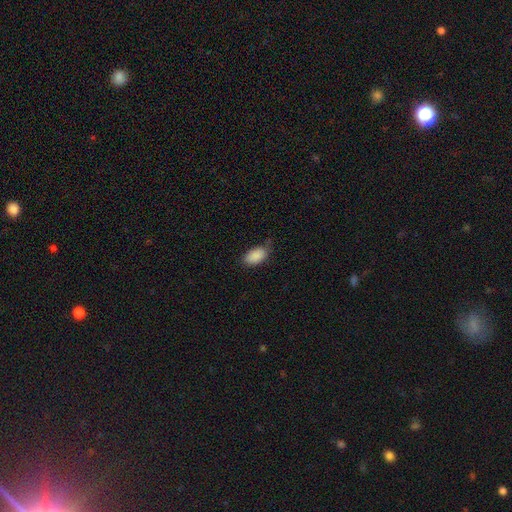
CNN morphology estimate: Smooth or featured? smooth (89%)
How rounded? in between (94%)
Merging? none (66%)